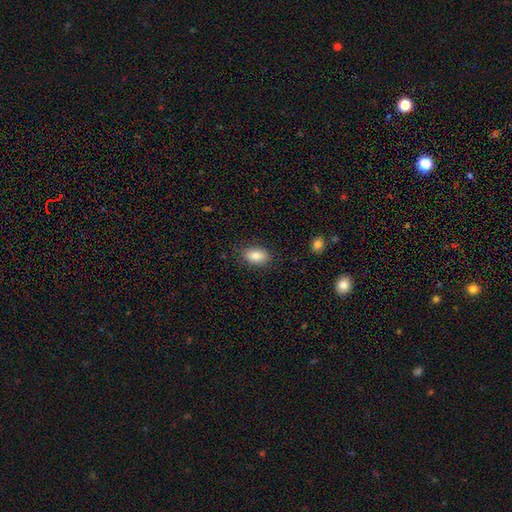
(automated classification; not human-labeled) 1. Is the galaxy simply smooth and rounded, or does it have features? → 81% smooth, 11% featured or disk, 8% star or artifact.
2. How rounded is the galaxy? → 89% in between, 9% round, 2% cigar-shaped.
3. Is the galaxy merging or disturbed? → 85% none, 11% minor disturbance, 3% major disturbance, 1% merger.